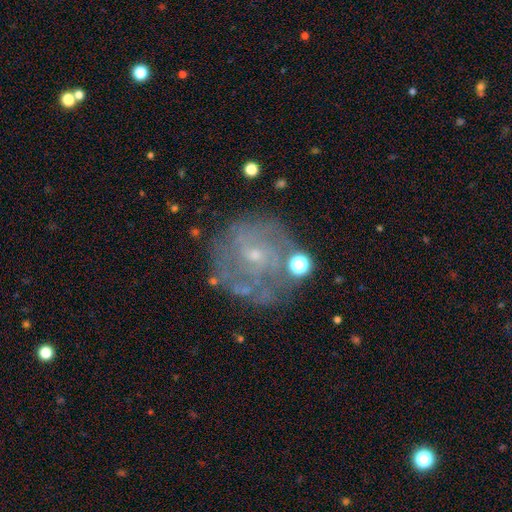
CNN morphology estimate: A featured or disk galaxy (70%) with no bar (66%), spiral arms (70%) and a small central bulge (78%). Merging: none (66%).